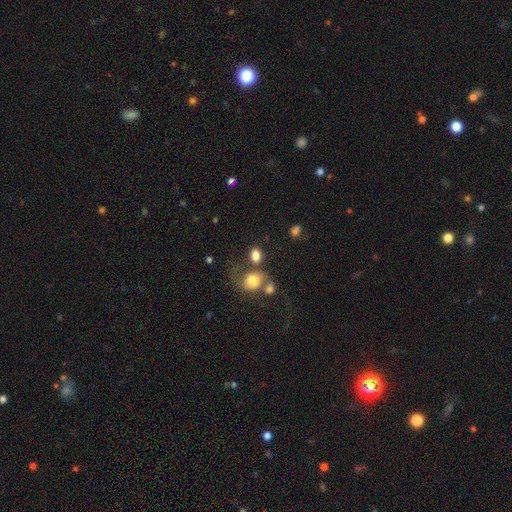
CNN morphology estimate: A smooth galaxy with no disk features (79%) that is in between round and cigar-shaped (57%).

Vote fractions:
- Smooth or featured? smooth: 79% / featured or disk: 11% / star or artifact: 10%
- How rounded? in between: 57% / round: 42% / cigar-shaped: 1%
- Merging? none: 47% / merger: 29% / minor disturbance: 14% / major disturbance: 10%